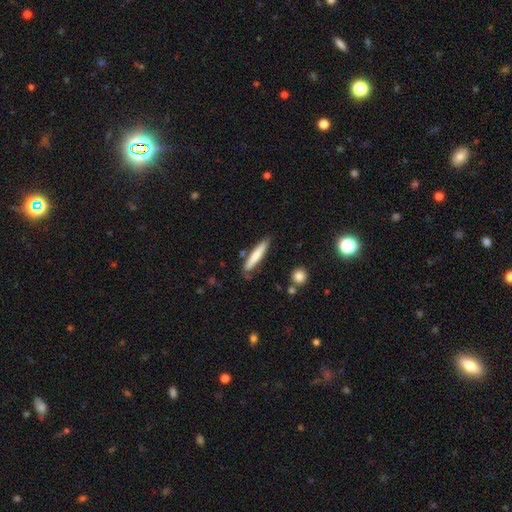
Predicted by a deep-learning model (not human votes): Smooth or featured?
  - smooth: 70% *
  - featured or disk: 24%
  - star or artifact: 6%
How rounded?
  - cigar-shaped: 92% *
  - in between: 7%
  - round: 1%
Merging?
  - none: 82% *
  - minor disturbance: 12%
  - merger: 4%
  - major disturbance: 2%